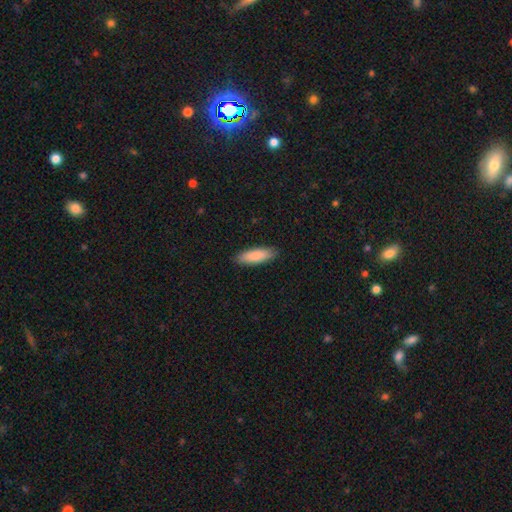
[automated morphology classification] This is clearly a smooth galaxy (88%). How rounded: possibly in between (52%). Merging: clearly none (89%).